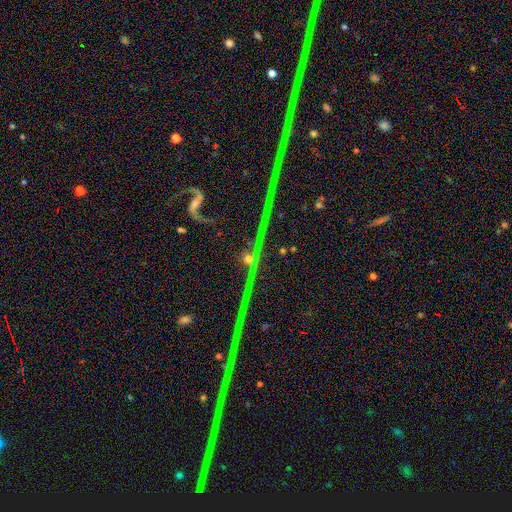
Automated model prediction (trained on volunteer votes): star or artifact 85%, featured or disk 10%, smooth 6%.